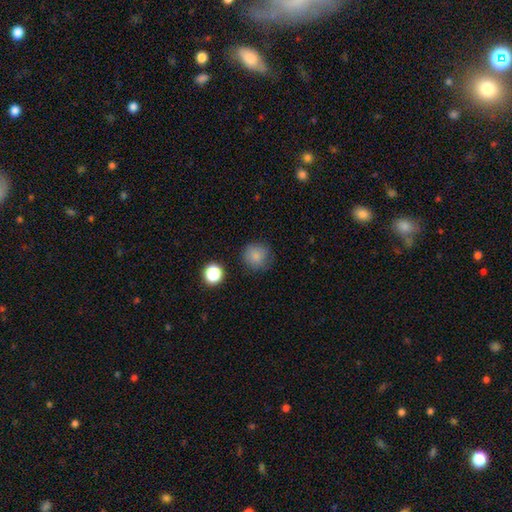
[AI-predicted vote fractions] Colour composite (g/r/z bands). It shows a smooth galaxy with no disk features (82%) that is round (92%). Merging: none (79%).